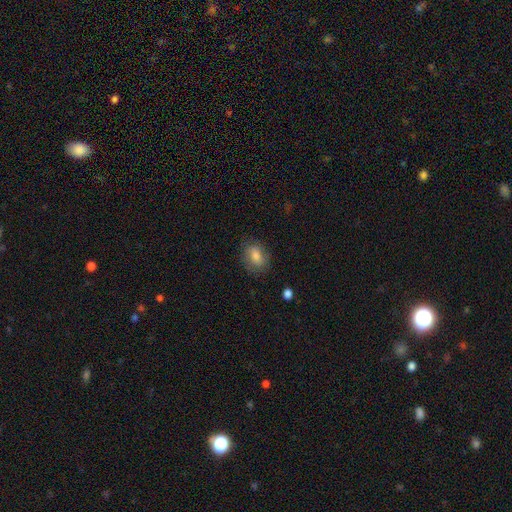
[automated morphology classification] This is likely a smooth galaxy (75%). How rounded: likely in between (71%). Merging: likely none (80%).